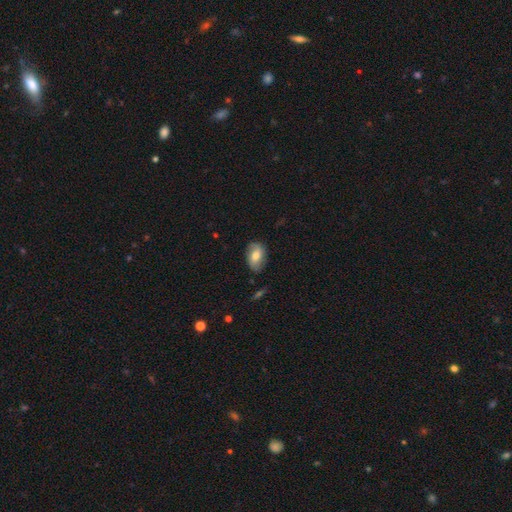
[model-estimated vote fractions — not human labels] Smooth or featured? Predicted: smooth (p=0.61). How rounded? Predicted: in between (p=0.85). Merging? Predicted: none (p=0.78).